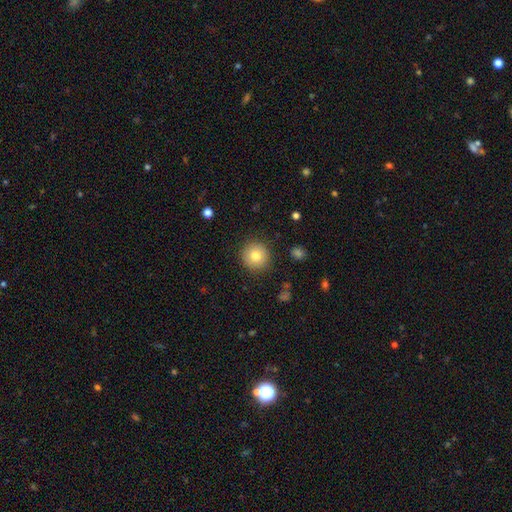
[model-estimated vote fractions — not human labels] Smooth or featured? smooth (79%)
How rounded? round (94%)
Merging? none (89%)